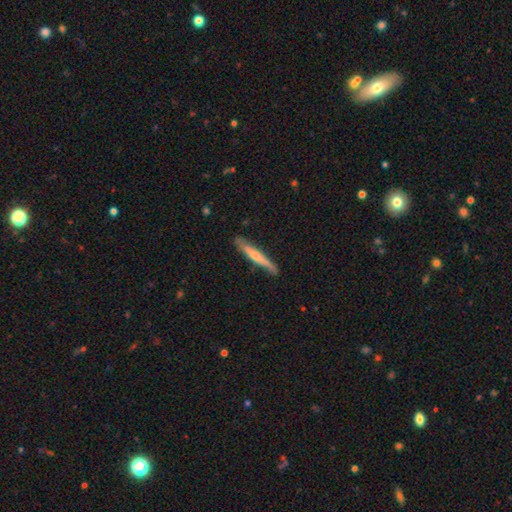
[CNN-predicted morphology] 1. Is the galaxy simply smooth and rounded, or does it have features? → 52% smooth, 43% featured or disk, 5% star or artifact.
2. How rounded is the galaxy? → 93% cigar-shaped, 5% in between, 1% round.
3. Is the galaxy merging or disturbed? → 79% none, 16% minor disturbance, 3% major disturbance, 2% merger.